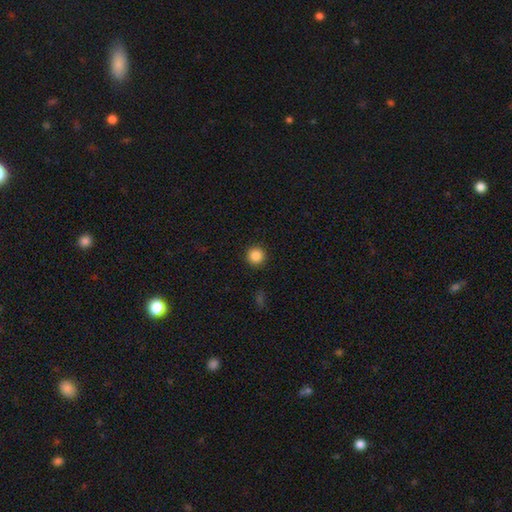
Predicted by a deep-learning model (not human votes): smooth_or_featured: smooth (p=0.86) [alt: star or artifact p=0.10]
how_rounded: round (p=0.96) [alt: in between p=0.03]
merging: none (p=0.92) [alt: minor disturbance p=0.05]